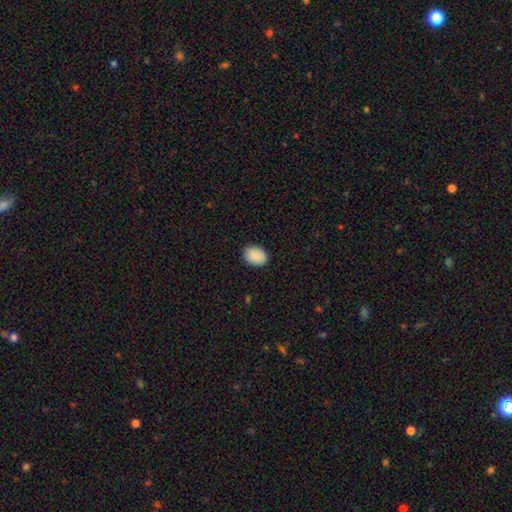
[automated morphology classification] This is clearly a smooth galaxy (90%). How rounded: likely in between (68%). Merging: clearly none (88%).